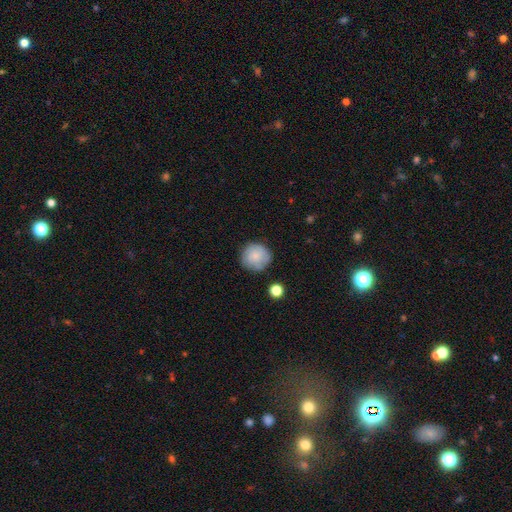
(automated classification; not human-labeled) smooth-or-featured: smooth: 70% | featured or disk: 22% | star or artifact: 8%
  how-rounded: round: 91% | in between: 8% | cigar-shaped: 1%
  merging: none: 77% | minor disturbance: 15% | major disturbance: 5% | merger: 3%